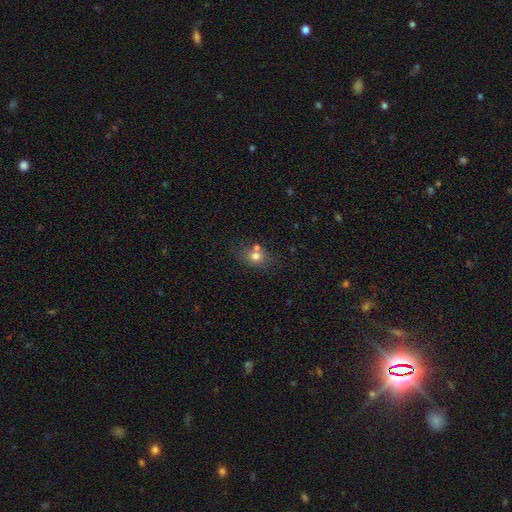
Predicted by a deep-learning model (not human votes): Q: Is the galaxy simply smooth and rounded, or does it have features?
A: smooth — 73%.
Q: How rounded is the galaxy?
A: in between — 52%.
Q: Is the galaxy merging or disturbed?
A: none — 55%.